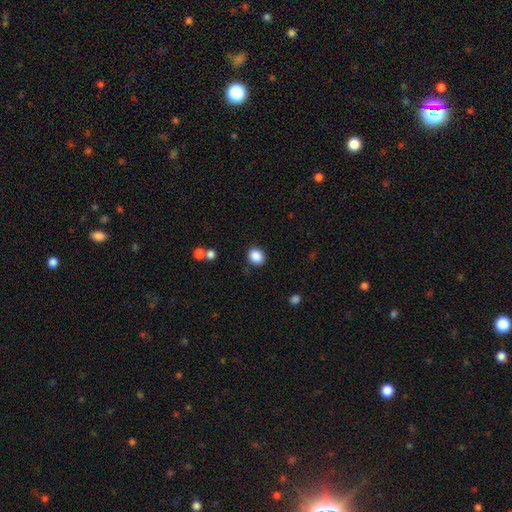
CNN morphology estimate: Smooth or featured? smooth (88%)
How rounded? round (61%)
Merging? none (87%)